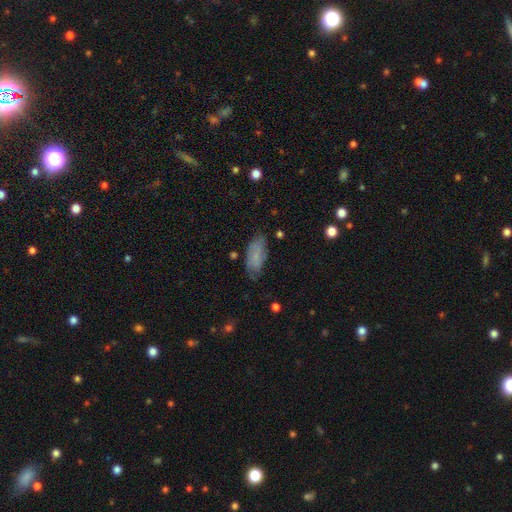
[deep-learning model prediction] This is likely a smooth galaxy (67%). How rounded: clearly in between (87%). Merging: likely none (67%).